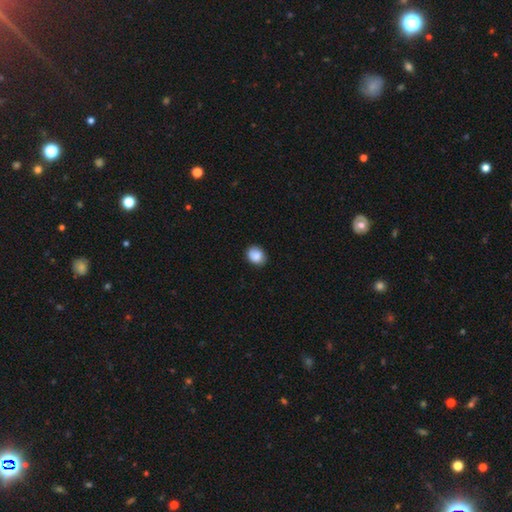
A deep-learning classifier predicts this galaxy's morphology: smooth_or_featured: smooth (p=0.87) [alt: star or artifact p=0.08]
how_rounded: round (p=0.53) [alt: in between p=0.47]
merging: none (p=0.85) [alt: minor disturbance p=0.12]